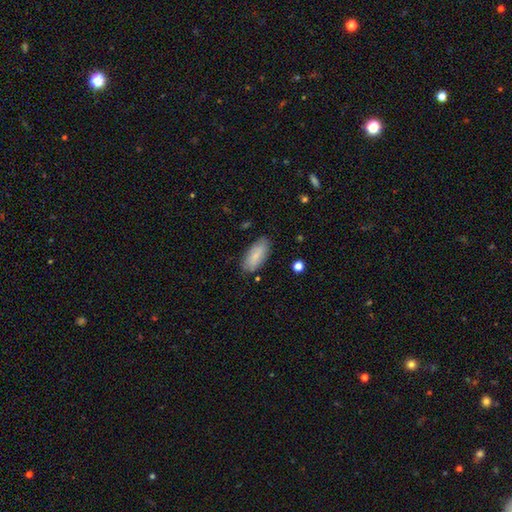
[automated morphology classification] smooth_or_featured: smooth (p=0.79) [alt: featured or disk p=0.14]
how_rounded: in between (p=0.86) [alt: cigar-shaped p=0.12]
merging: none (p=0.81) [alt: minor disturbance p=0.15]